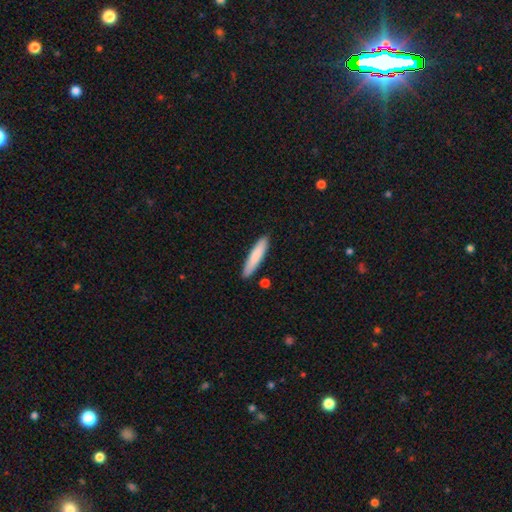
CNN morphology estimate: Smooth or featured? Predicted: smooth (p=0.81). How rounded? Predicted: cigar-shaped (p=0.87). Merging? Predicted: none (p=0.88).